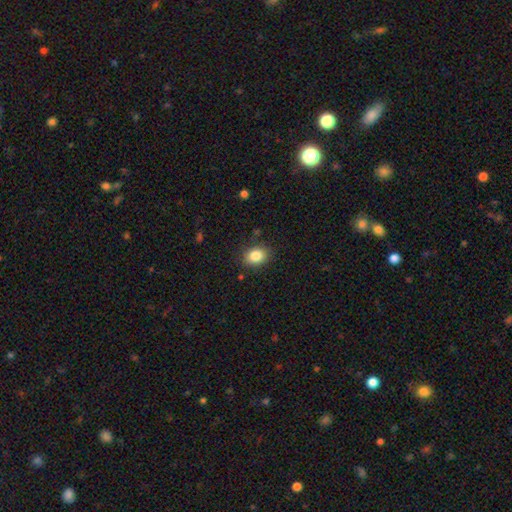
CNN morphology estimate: Smooth or featured: smooth — 85% (star or artifact — 9%)
How rounded: in between — 65% (round — 34%)
Merging: none — 85% (minor disturbance — 11%)